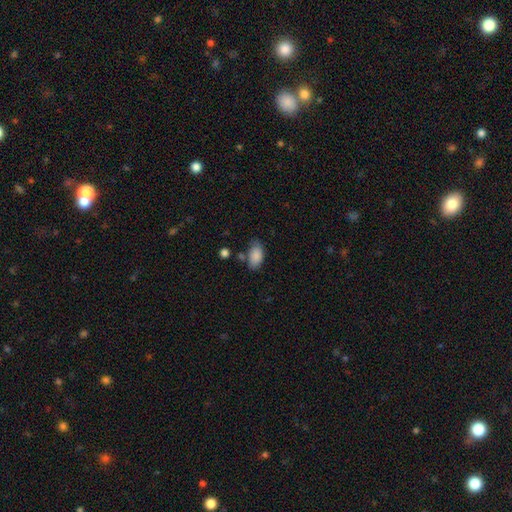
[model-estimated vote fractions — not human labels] Q: Smooth or featured?
A: smooth (87%); runner-up: star or artifact (7%)
Q: How rounded?
A: in between (92%); runner-up: round (5%)
Q: Merging?
A: none (66%); runner-up: minor disturbance (21%)